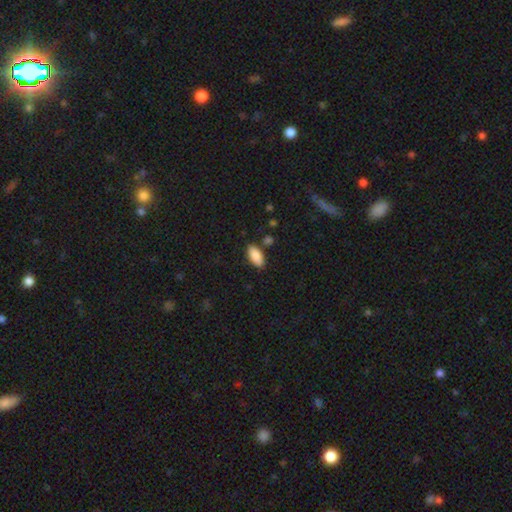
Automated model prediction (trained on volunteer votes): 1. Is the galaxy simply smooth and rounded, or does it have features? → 87% smooth, 6% star or artifact, 6% featured or disk.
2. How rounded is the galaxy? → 92% in between, 6% cigar-shaped, 2% round.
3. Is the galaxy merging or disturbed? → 82% none, 11% minor disturbance, 4% merger, 3% major disturbance.